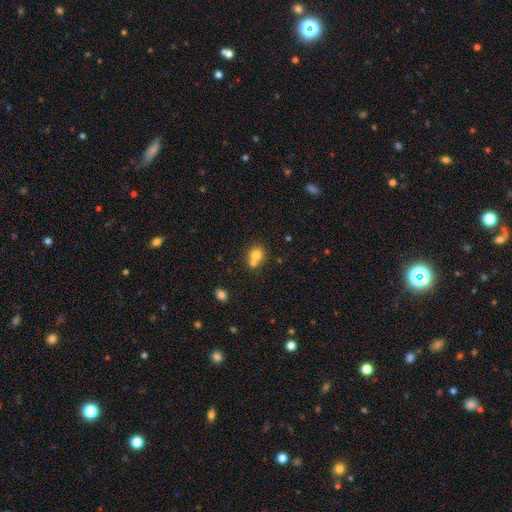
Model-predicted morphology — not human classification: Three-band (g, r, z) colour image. It shows a smooth galaxy with no disk features (76%) that is round (81%). Merging: merger (51%).